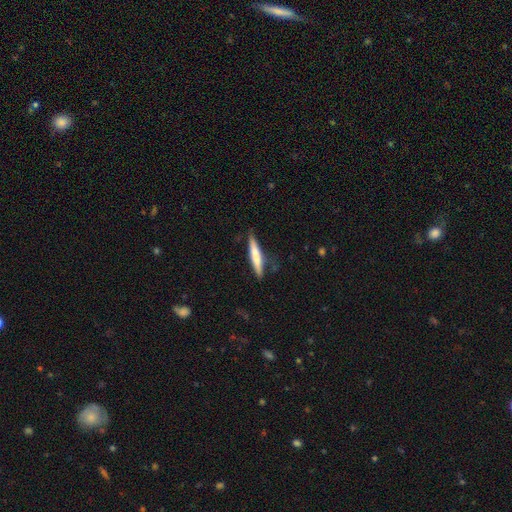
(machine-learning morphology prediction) This is likely a smooth galaxy (66%). How rounded: clearly cigar-shaped (93%). Merging: clearly none (81%).